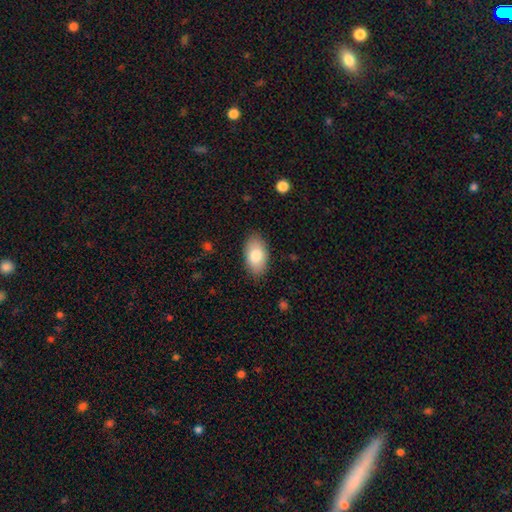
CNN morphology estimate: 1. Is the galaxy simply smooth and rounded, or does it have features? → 83% smooth, 11% featured or disk, 6% star or artifact.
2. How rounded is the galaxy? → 94% in between, 4% round, 2% cigar-shaped.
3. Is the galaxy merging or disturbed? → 85% none, 11% minor disturbance, 3% major disturbance, 1% merger.